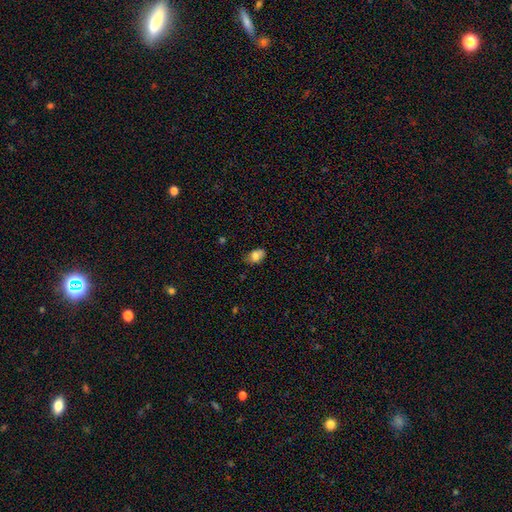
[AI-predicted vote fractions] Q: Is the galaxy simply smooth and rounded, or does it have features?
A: smooth — 72%.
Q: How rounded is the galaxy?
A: in between — 79%.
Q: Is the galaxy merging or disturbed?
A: none — 56%.